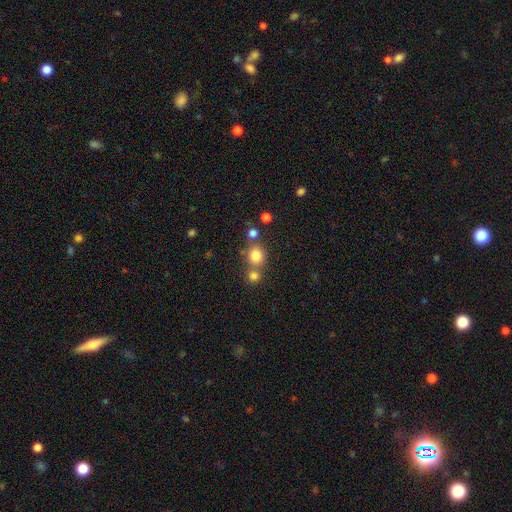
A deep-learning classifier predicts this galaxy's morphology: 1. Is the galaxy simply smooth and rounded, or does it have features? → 79% smooth, 14% star or artifact, 7% featured or disk.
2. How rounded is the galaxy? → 84% round, 15% in between, 1% cigar-shaped.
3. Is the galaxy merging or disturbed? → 60% none, 29% merger, 8% minor disturbance, 3% major disturbance.